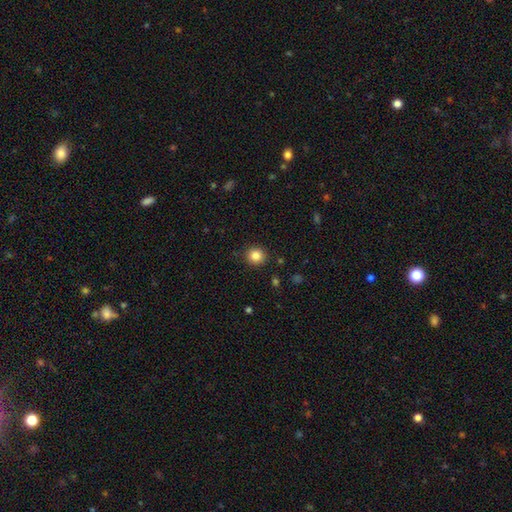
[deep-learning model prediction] Q: Smooth or featured?
A: smooth (84%); runner-up: star or artifact (11%)
Q: How rounded?
A: round (90%); runner-up: in between (9%)
Q: Merging?
A: none (90%); runner-up: minor disturbance (6%)